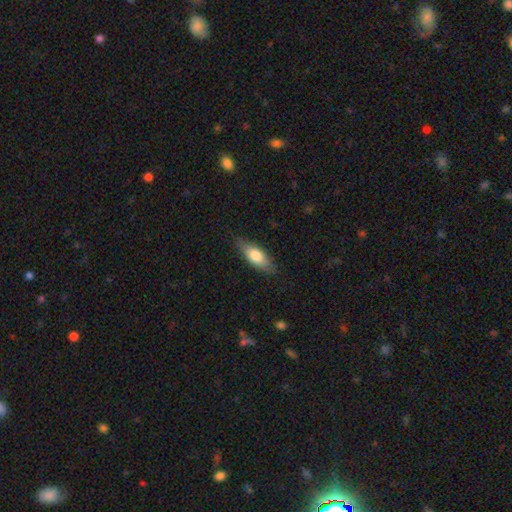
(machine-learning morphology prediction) type=smooth (73%); roundness=in between (70%); merging=none (80%).